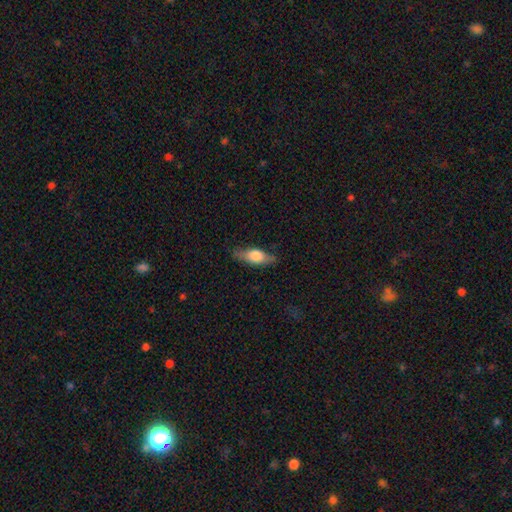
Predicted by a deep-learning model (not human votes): smooth-or-featured: smooth: 56% | featured or disk: 38% | star or artifact: 6%
  how-rounded: in between: 65% | cigar-shaped: 30% | round: 4%
  merging: none: 77% | minor disturbance: 18% | major disturbance: 4% | merger: 1%